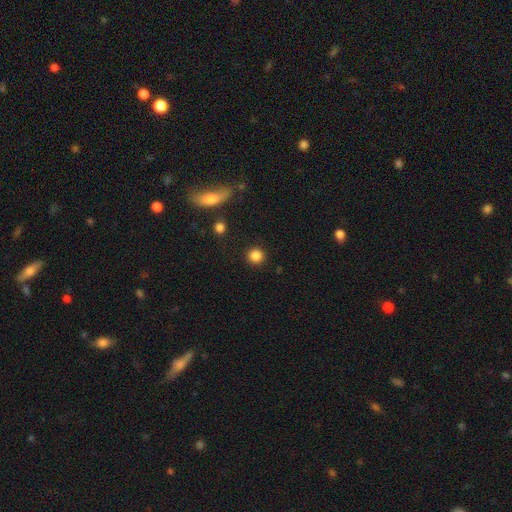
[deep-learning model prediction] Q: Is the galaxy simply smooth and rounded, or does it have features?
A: smooth — 85%.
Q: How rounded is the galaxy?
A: round — 94%.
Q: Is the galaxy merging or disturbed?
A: none — 91%.